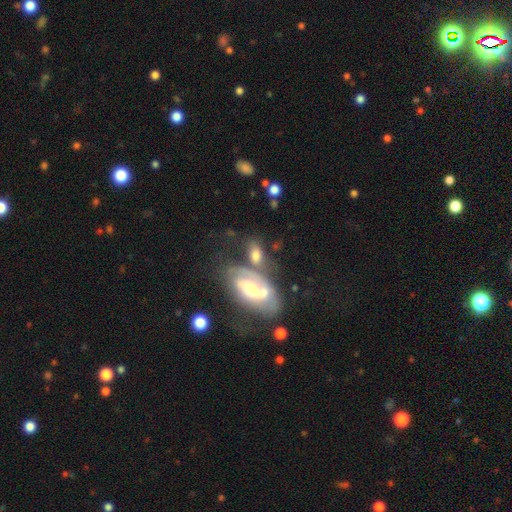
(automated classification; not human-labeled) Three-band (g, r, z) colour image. It shows a smooth galaxy with no disk features (50%) that is in between round and cigar-shaped (84%). Merging: none (37%).